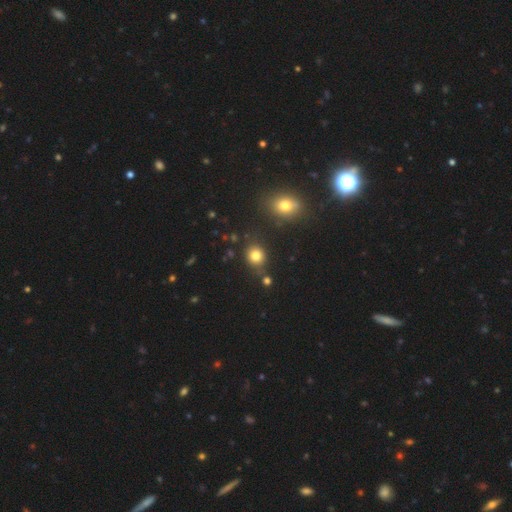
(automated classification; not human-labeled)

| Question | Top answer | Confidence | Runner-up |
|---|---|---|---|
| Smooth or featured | smooth | 79% | star or artifact (14%) |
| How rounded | round | 75% | in between (24%) |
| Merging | none | 76% | minor disturbance (12%) |